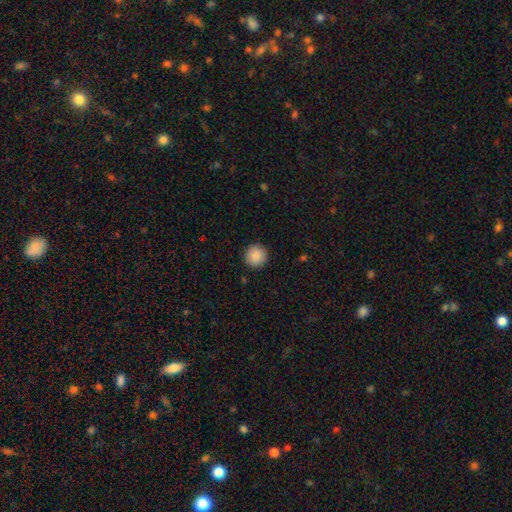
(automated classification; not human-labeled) Q: Smooth or featured?
A: smooth (89%); runner-up: star or artifact (8%)
Q: How rounded?
A: round (95%); runner-up: in between (4%)
Q: Merging?
A: none (92%); runner-up: minor disturbance (5%)